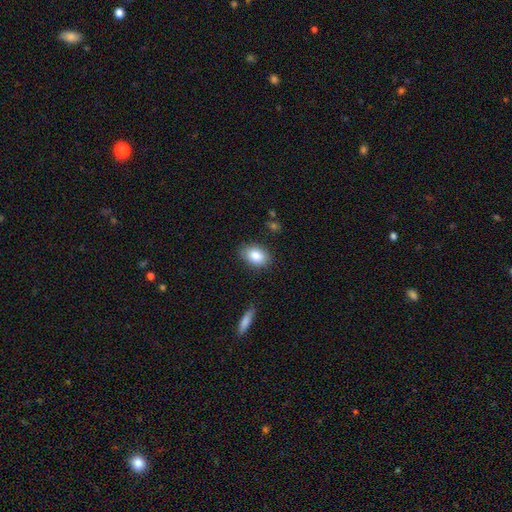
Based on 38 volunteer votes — A smooth galaxy with no disk features (84%) that is in between round and cigar-shaped (78%).

Vote fractions:
- Smooth or featured? smooth: 84% / featured or disk: 13% / star or artifact: 3%
- How rounded? in between: 78% / round: 19% / cigar-shaped: 3%
- Merging? none: 81% / minor disturbance: 14% / major disturbance: 5% / merger: 0%